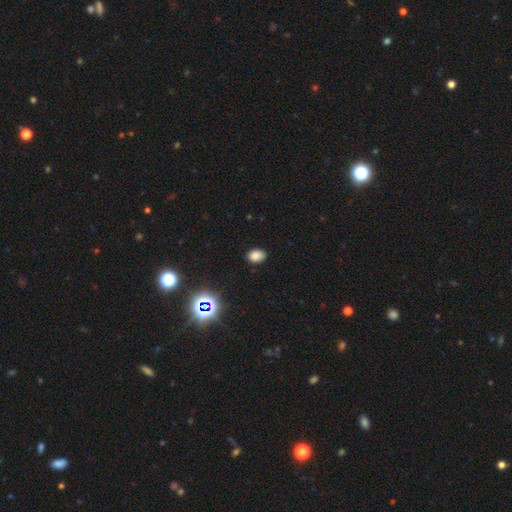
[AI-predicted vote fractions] Overall: smooth (80%). How rounded: in between (77%). Merging: none (84%).